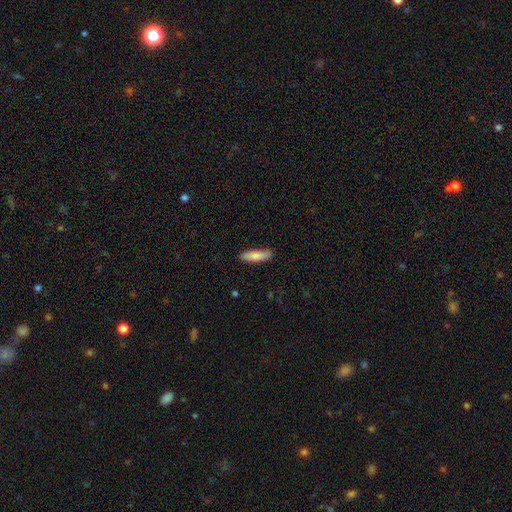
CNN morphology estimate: Overall: smooth (82%). How rounded: cigar-shaped (71%). Merging: none (86%).